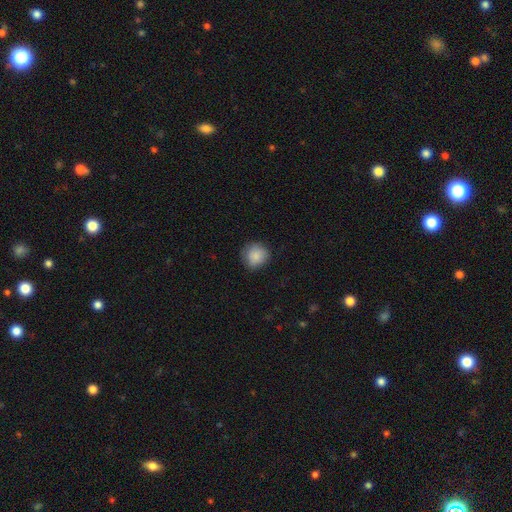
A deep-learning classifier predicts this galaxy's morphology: smooth 85%, star or artifact 8%, featured or disk 7%. Down the decision tree: how rounded — round (88%); merging — none (78%).